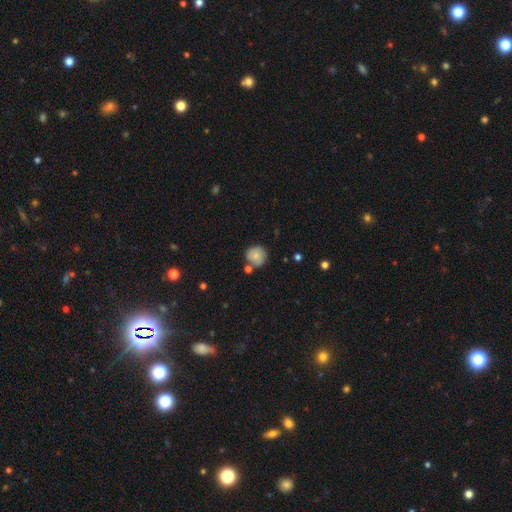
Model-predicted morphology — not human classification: Smooth or featured? Predicted: smooth (p=0.78). How rounded? Predicted: round (p=0.90). Merging? Predicted: none (p=0.67).